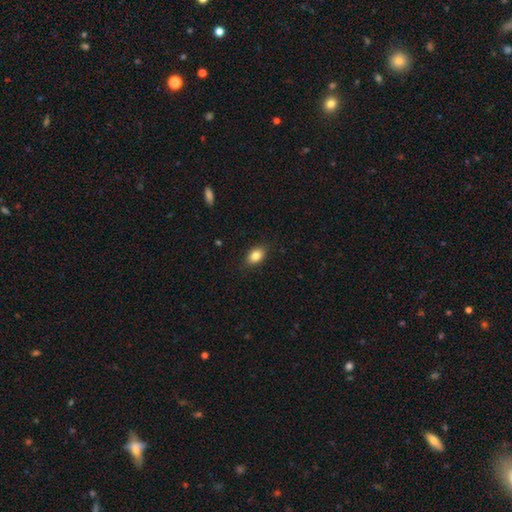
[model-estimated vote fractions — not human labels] smooth_or_featured: smooth (p=0.84) [alt: star or artifact p=0.08]
how_rounded: in between (p=0.84) [alt: round p=0.14]
merging: none (p=0.86) [alt: minor disturbance p=0.10]